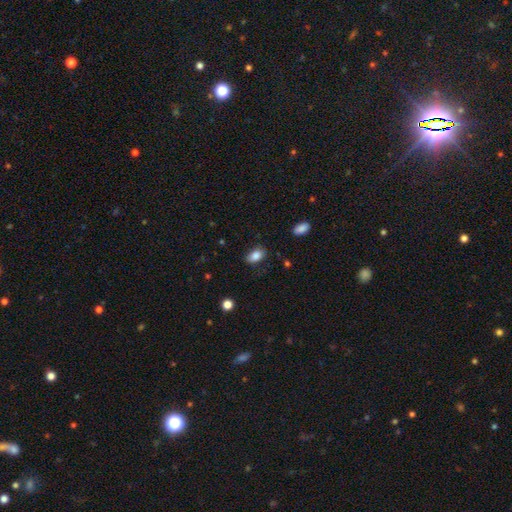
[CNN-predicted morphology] type=smooth (85%); roundness=in between (90%); merging=none (82%).